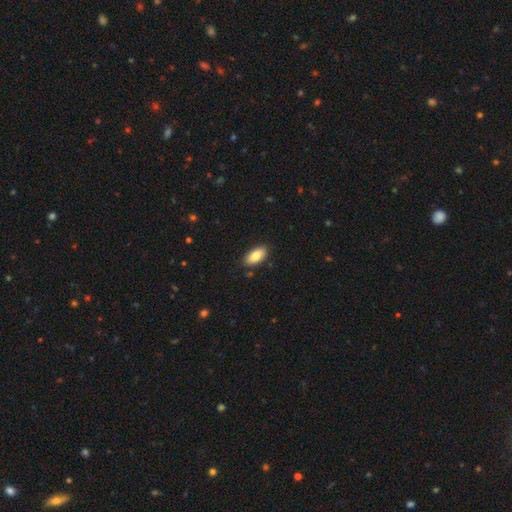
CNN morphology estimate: A smooth galaxy with no disk features (82%) that is in between round and cigar-shaped (92%). Merging: none (87%).